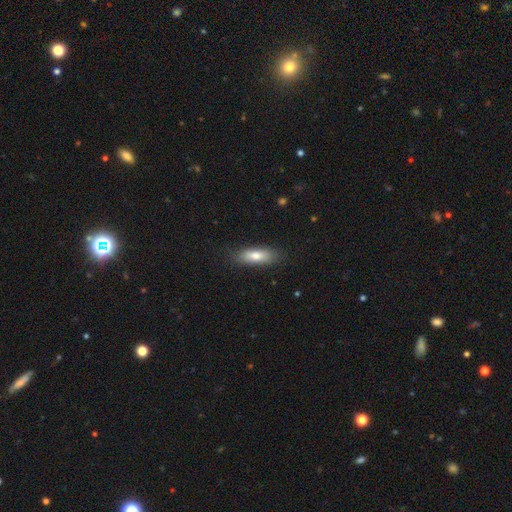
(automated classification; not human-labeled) Smooth or featured? smooth (75%)
How rounded? in between (62%)
Merging? none (82%)